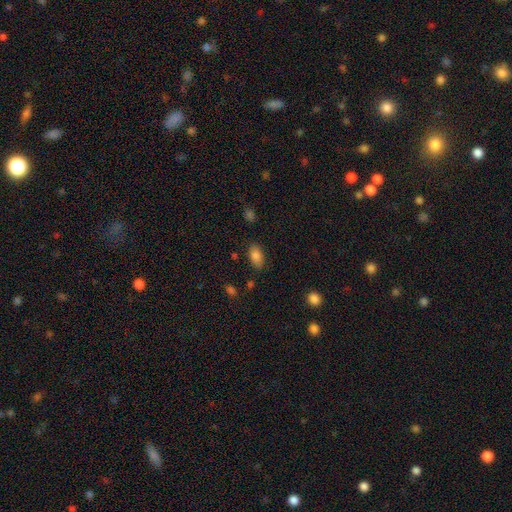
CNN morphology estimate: A smooth galaxy with no disk features (84%) that is in between round and cigar-shaped (91%).

Vote fractions:
- Smooth or featured? smooth: 84% / star or artifact: 9% / featured or disk: 7%
- How rounded? in between: 91% / cigar-shaped: 5% / round: 5%
- Merging? none: 81% / minor disturbance: 13% / major disturbance: 3% / merger: 2%